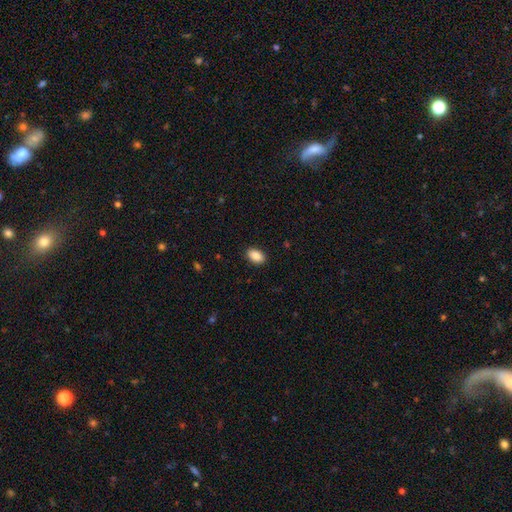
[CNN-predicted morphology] Smooth or featured? smooth (89%)
How rounded? in between (91%)
Merging? none (90%)